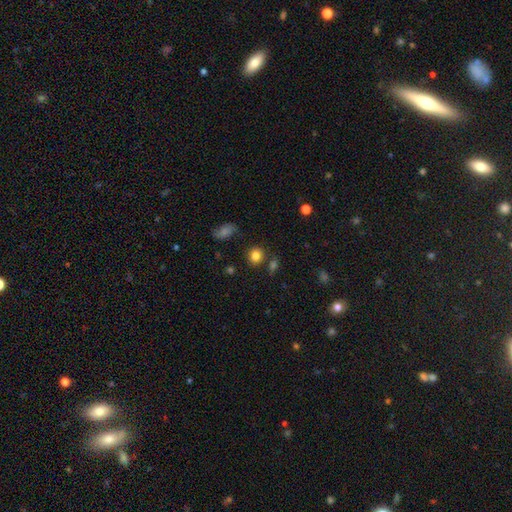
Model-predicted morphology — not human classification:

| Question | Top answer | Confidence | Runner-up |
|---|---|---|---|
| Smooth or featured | smooth | 83% | star or artifact (11%) |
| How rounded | round | 80% | in between (19%) |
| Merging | none | 80% | minor disturbance (10%) |